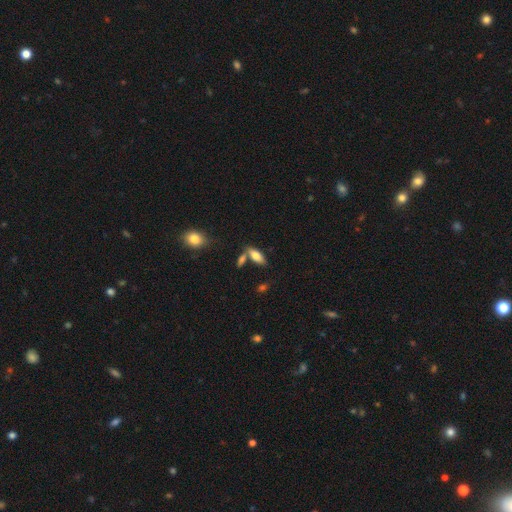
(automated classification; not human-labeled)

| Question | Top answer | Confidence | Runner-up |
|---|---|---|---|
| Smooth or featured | smooth | 77% | featured or disk (16%) |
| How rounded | in between | 79% | cigar-shaped (19%) |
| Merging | none | 61% | merger (22%) |